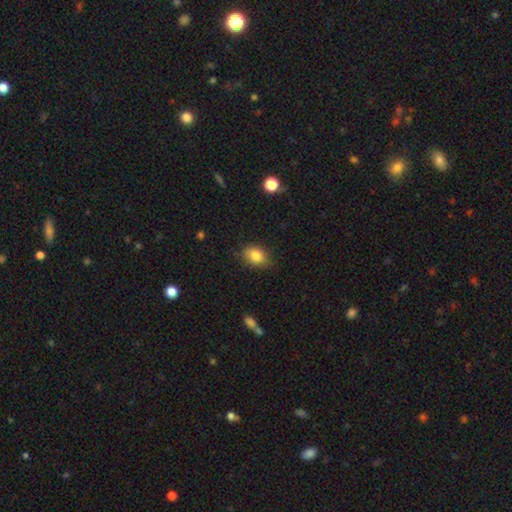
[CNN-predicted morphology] Smooth or featured? Predicted: smooth (p=0.84). How rounded? Predicted: in between (p=0.68). Merging? Predicted: none (p=0.77).